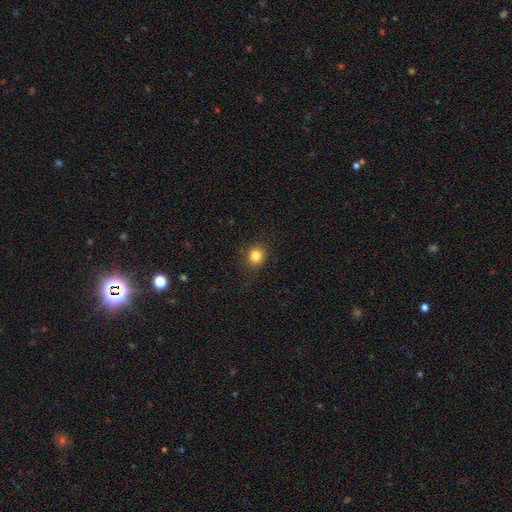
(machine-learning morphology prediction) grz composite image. It shows a smooth galaxy with no disk features (84%) that is round (76%). Merging: none (86%).